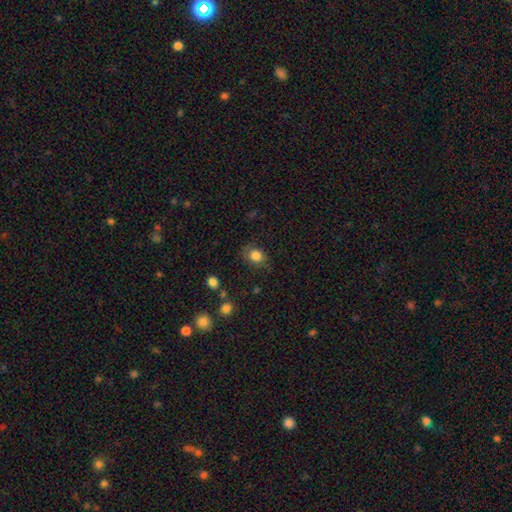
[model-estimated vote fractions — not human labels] Smooth or featured?
  - smooth: 82% *
  - star or artifact: 10%
  - featured or disk: 9%
How rounded?
  - round: 52% *
  - in between: 47%
  - cigar-shaped: 1%
Merging?
  - none: 73% *
  - minor disturbance: 19%
  - major disturbance: 6%
  - merger: 2%